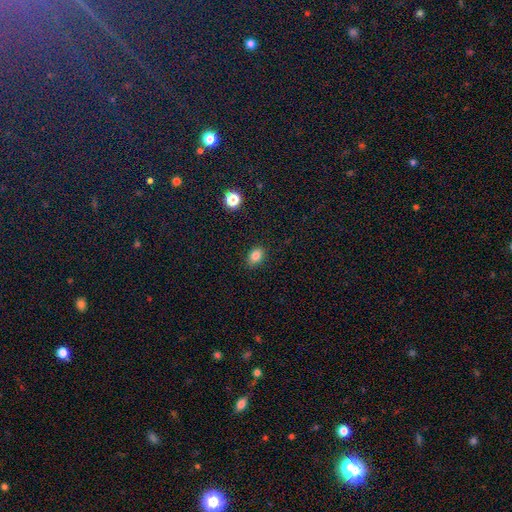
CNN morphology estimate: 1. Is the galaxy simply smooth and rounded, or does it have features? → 84% smooth, 11% star or artifact, 5% featured or disk.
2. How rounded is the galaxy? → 70% in between, 29% round, 1% cigar-shaped.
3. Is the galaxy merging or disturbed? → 86% none, 10% minor disturbance, 2% major disturbance, 1% merger.